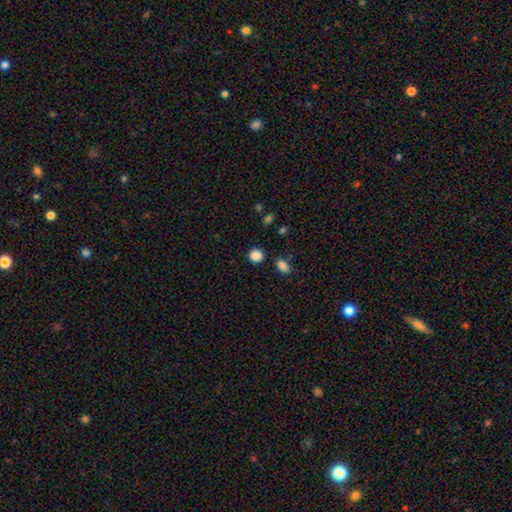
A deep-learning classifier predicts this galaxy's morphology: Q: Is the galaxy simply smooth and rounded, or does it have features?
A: smooth — 87%.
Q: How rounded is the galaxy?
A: round — 87%.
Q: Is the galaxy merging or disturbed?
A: none — 87%.